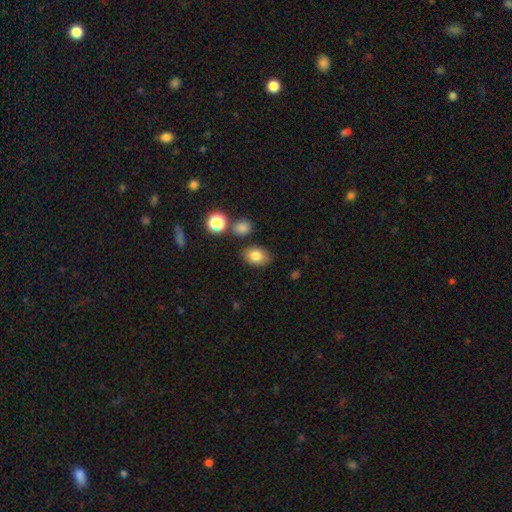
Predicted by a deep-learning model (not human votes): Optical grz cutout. It shows a smooth galaxy with no disk features (81%) that is in between round and cigar-shaped (78%). Merging: none (81%).